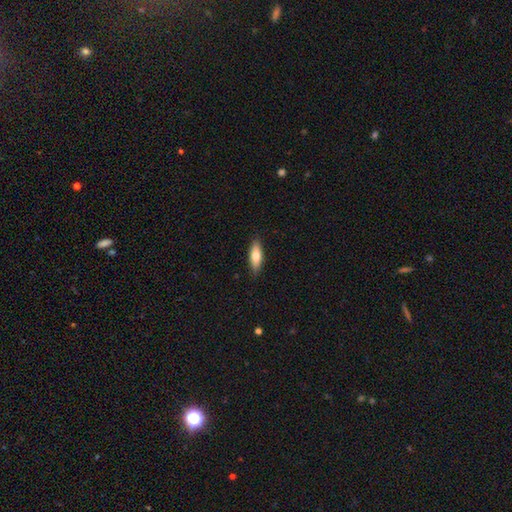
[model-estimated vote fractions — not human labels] This appears to be a smooth galaxy with no disk features (72%) that is in between round and cigar-shaped (59%). Merging: none (88%).